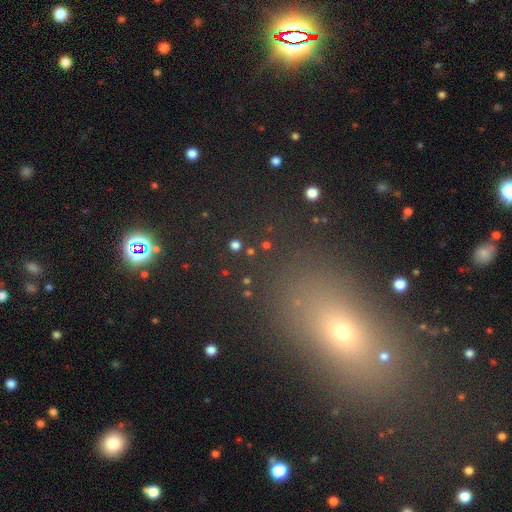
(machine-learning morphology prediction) Overall: smooth (52%; star or artifact 34%). How rounded: in between (66%). Merging: none (81%).